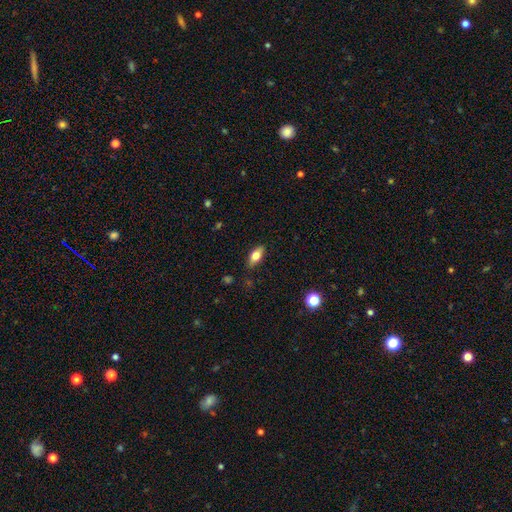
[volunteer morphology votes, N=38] A smooth galaxy with no disk features (55%) that is in between round and cigar-shaped (71%). Merging: none (95%).